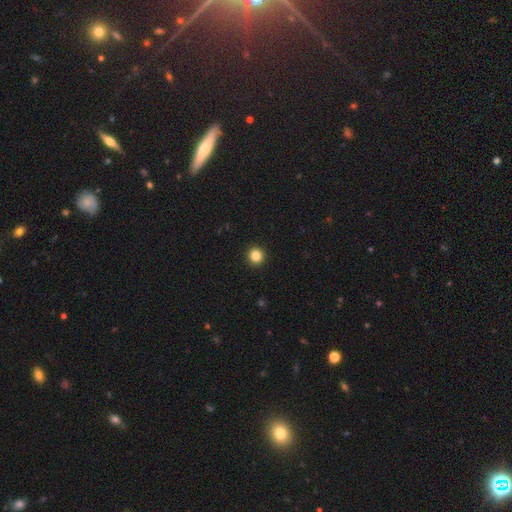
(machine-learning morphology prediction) Q: Smooth or featured?
A: smooth (85%); runner-up: star or artifact (11%)
Q: How rounded?
A: round (94%); runner-up: in between (5%)
Q: Merging?
A: none (94%); runner-up: minor disturbance (4%)